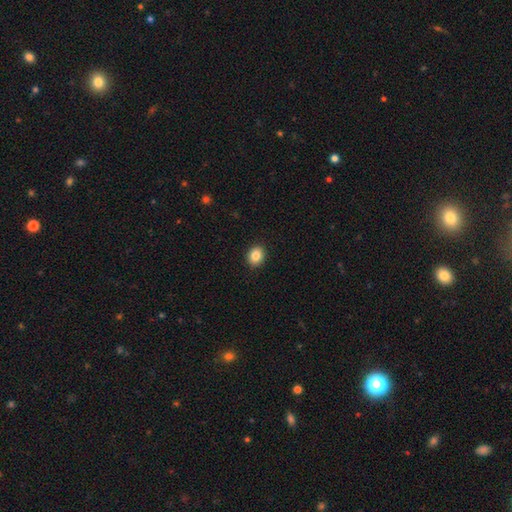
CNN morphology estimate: The model was most divided on "how rounded": round: 61%, in between: 38%, cigar-shaped: 1%. More confident: merging — none (92%); smooth or featured — smooth (85%).